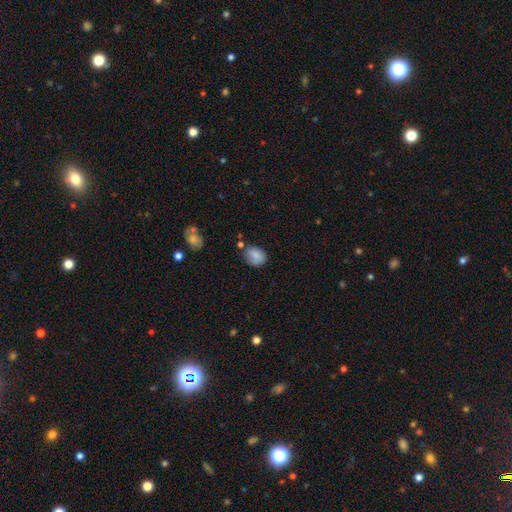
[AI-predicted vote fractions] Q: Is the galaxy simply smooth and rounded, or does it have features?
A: smooth — 82%.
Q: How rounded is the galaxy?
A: in between — 63%.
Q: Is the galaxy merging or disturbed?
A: none — 58%.